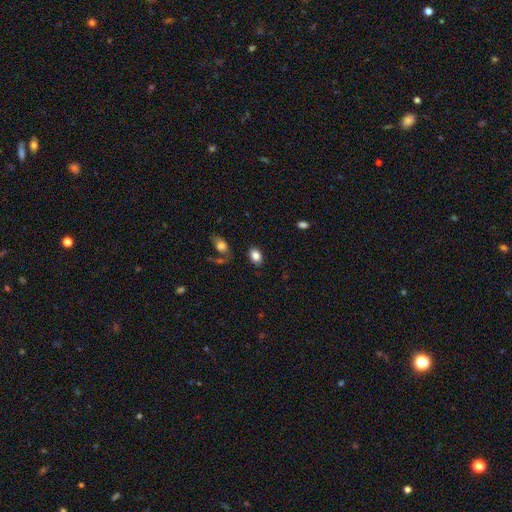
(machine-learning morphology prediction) This appears to be a smooth galaxy with no disk features (83%) that is in between round and cigar-shaped (74%). Merging: none (80%).